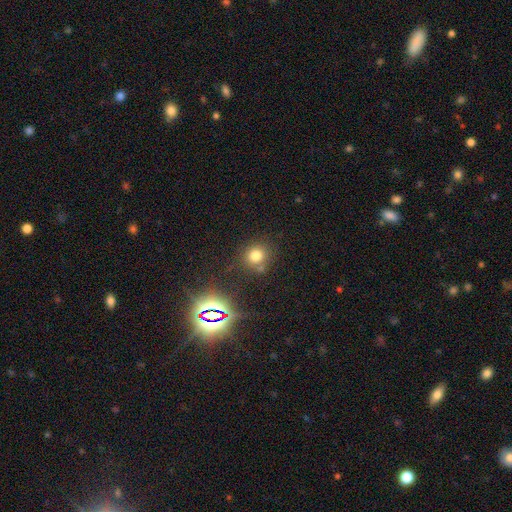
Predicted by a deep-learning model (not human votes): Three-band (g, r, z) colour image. It shows a smooth galaxy with no disk features (73%) that is round (86%). Merging: none (73%).